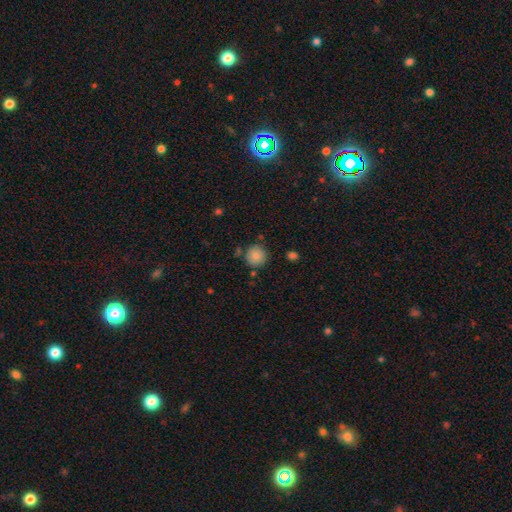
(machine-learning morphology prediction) A smooth galaxy with no disk features (84%) that is round (93%).

Vote fractions:
- Smooth or featured? smooth: 84% / star or artifact: 9% / featured or disk: 7%
- How rounded? round: 93% / in between: 6% / cigar-shaped: 1%
- Merging? none: 83% / minor disturbance: 10% / merger: 5% / major disturbance: 3%